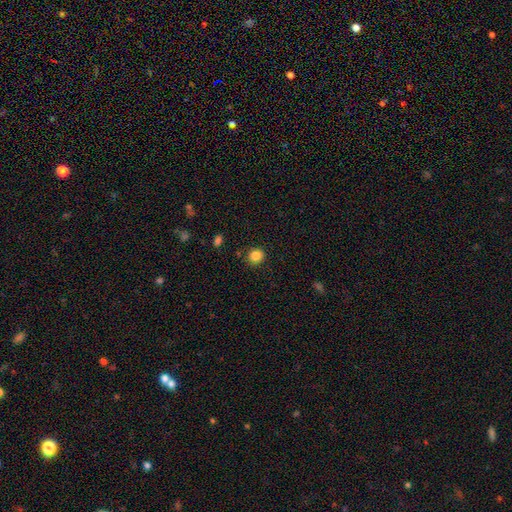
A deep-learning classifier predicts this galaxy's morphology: smooth-or-featured: smooth: 85% | star or artifact: 11% | featured or disk: 4%
  how-rounded: round: 83% | in between: 16% | cigar-shaped: 1%
  merging: none: 87% | minor disturbance: 8% | major disturbance: 2% | merger: 2%